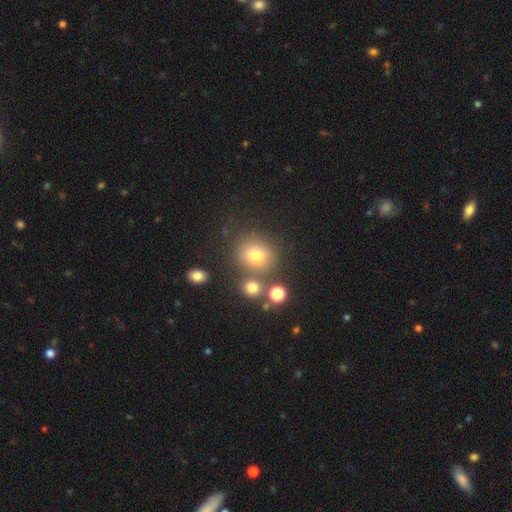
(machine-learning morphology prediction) The model was most divided on "how rounded": round: 77%, in between: 22%, cigar-shaped: 1%. More confident: smooth or featured — smooth (73%); merging — none (70%).